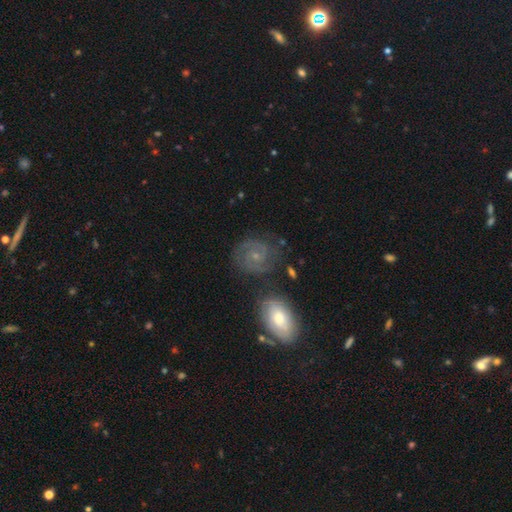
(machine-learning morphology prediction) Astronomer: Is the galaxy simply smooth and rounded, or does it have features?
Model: featured or disk — 83%.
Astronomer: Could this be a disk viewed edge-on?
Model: no — 98%.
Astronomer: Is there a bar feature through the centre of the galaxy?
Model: no — 64%.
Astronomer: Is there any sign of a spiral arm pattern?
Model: yes — 97%.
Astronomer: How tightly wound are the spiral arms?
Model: tight — 56% (runner-up: medium, 37%).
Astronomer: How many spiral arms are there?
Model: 2 — 79%.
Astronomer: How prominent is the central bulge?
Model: small — 69%.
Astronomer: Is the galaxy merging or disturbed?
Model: none — 77%.